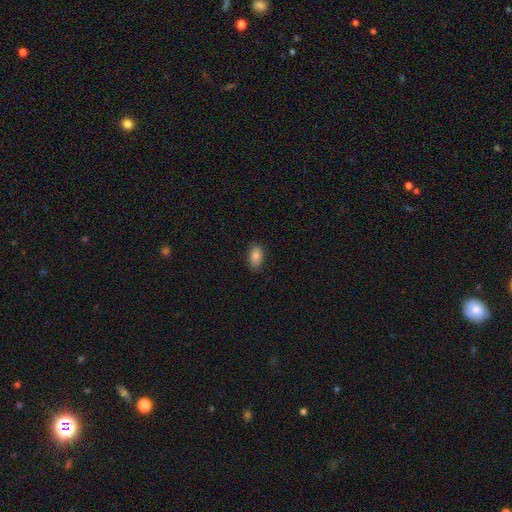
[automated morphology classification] type=smooth (82%); roundness=in between (91%); merging=none (84%).